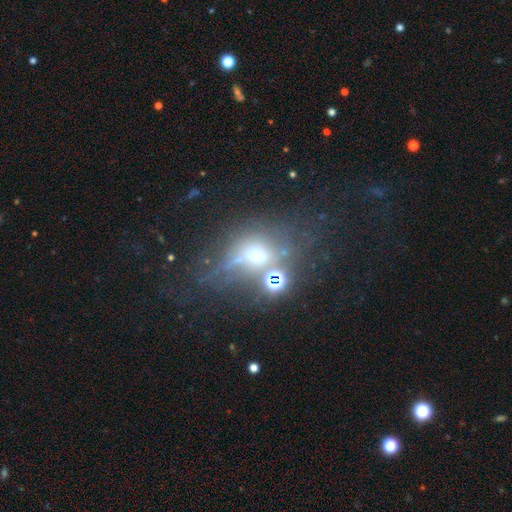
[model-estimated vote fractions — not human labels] smooth_or_featured: featured or disk (p=0.42) [alt: smooth p=0.30]
merging: none (p=0.38) [alt: merger p=0.23]